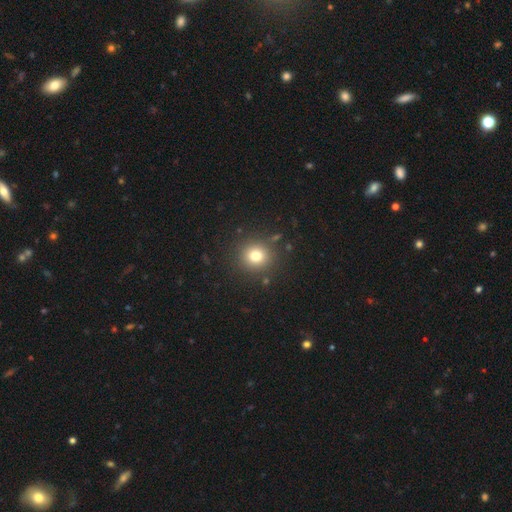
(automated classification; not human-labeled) A smooth galaxy with no disk features (78%) that is round (91%).

Vote fractions:
- Smooth or featured? smooth: 78% / star or artifact: 14% / featured or disk: 8%
- How rounded? round: 91% / in between: 8% / cigar-shaped: 1%
- Merging? none: 88% / minor disturbance: 6% / major disturbance: 3% / merger: 2%